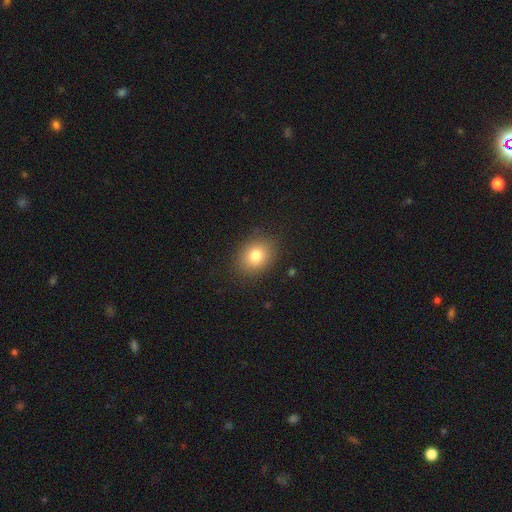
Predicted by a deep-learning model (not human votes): A smooth galaxy with no disk features (80%) that is in between round and cigar-shaped (51%).

Vote fractions:
- Smooth or featured? smooth: 80% / star or artifact: 10% / featured or disk: 9%
- How rounded? in between: 51% / round: 48% / cigar-shaped: 1%
- Merging? none: 87% / minor disturbance: 9% / major disturbance: 3% / merger: 1%